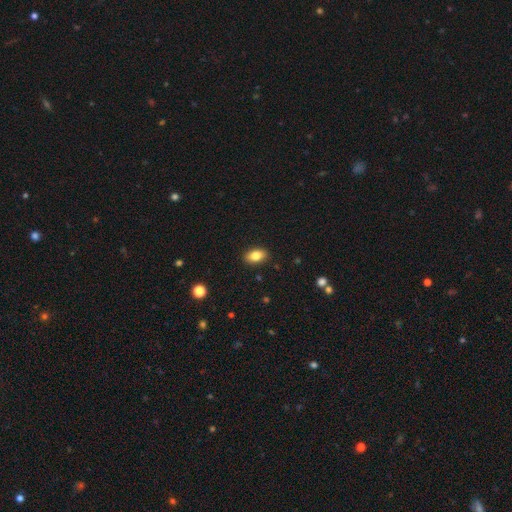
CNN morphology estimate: Smooth or featured: smooth — 82% (featured or disk — 9%)
How rounded: in between — 89% (round — 9%)
Merging: none — 89% (minor disturbance — 8%)